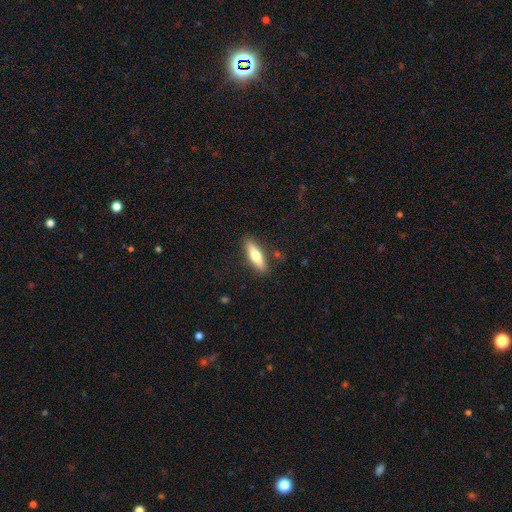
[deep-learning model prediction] The model was most divided on "how rounded": cigar-shaped: 60%, in between: 38%, round: 2%. More confident: merging — none (86%); smooth or featured — smooth (65%).